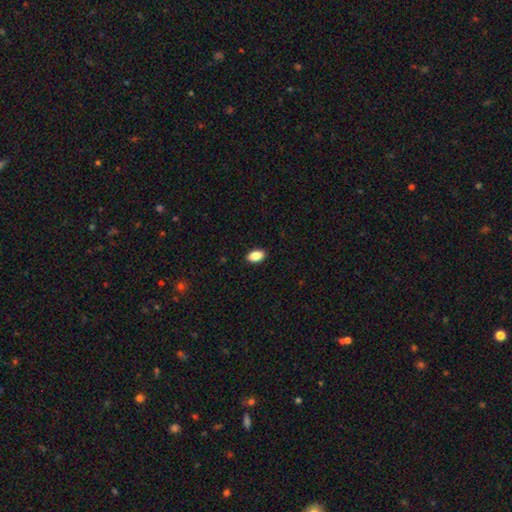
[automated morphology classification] Smooth or featured? Predicted: smooth (p=0.89). How rounded? Predicted: in between (p=0.93). Merging? Predicted: none (p=0.90).